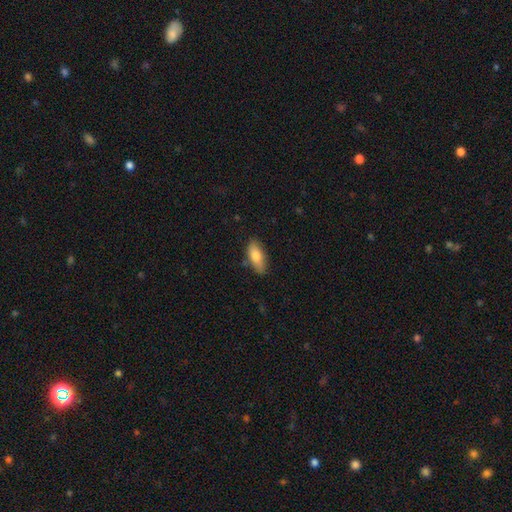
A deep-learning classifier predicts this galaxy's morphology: smooth 80%, featured or disk 14%, star or artifact 6%. Down the decision tree: how rounded — in between (81%); merging — none (77%).